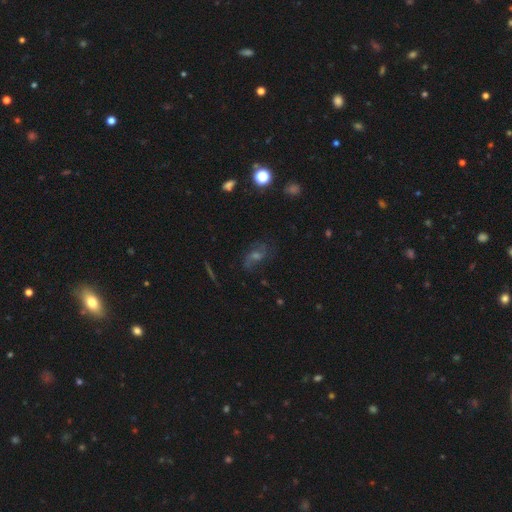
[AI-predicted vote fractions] This is possibly a featured or disk galaxy (47%). Merging: likely none (67%).